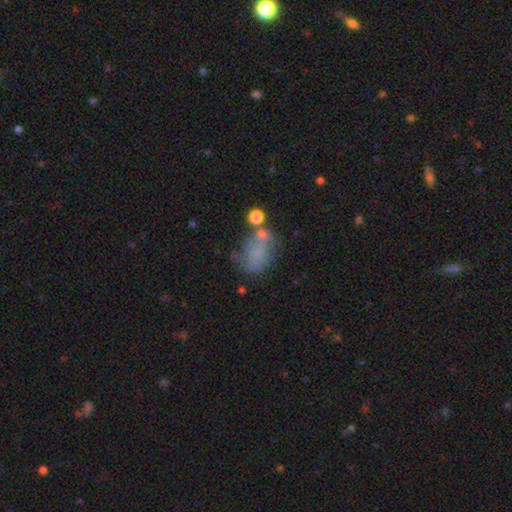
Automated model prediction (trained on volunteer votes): Q: Smooth or featured?
A: smooth (56%); runner-up: featured or disk (29%)
Q: How rounded?
A: in between (75%); runner-up: round (23%)
Q: Merging?
A: none (36%); runner-up: minor disturbance (23%)